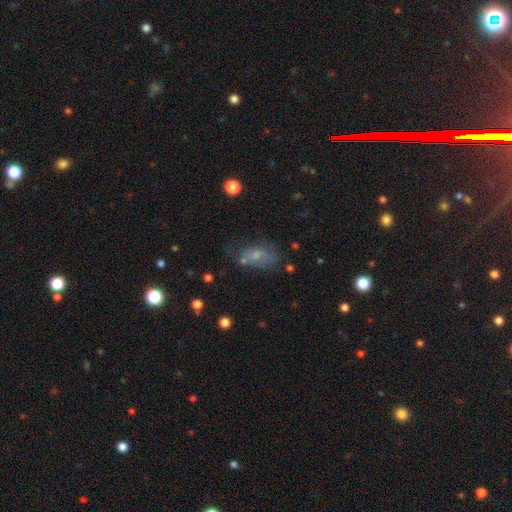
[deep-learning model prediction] Overall: smooth (52%; featured or disk 32%). How rounded: in between (84%). Merging: none (41%; minor disturbance 27%).